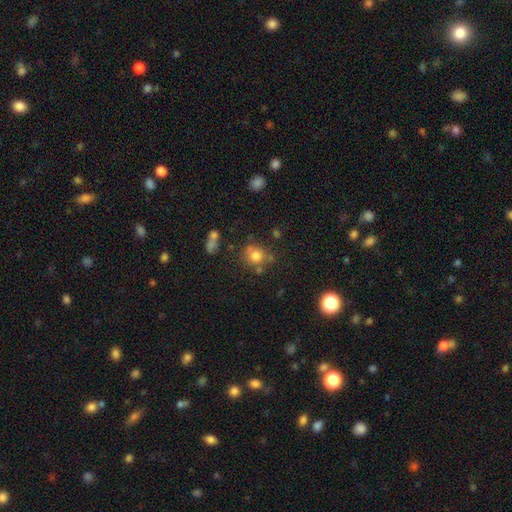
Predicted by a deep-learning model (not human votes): smooth 77%, star or artifact 13%, featured or disk 10%. Down the decision tree: how rounded — round (83%); merging — none (64%).